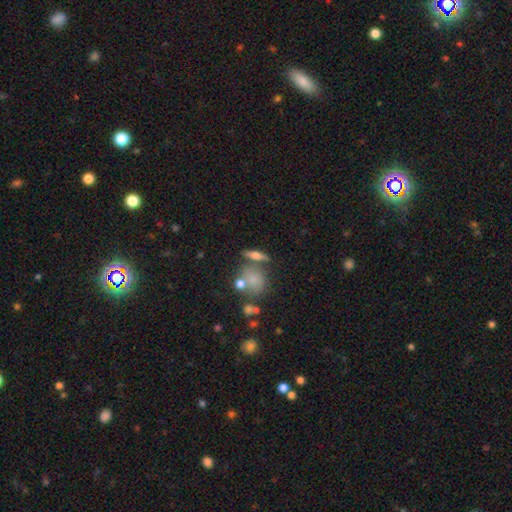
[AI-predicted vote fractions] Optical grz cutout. It shows a smooth galaxy with no disk features (49%). Merging: none (67%).